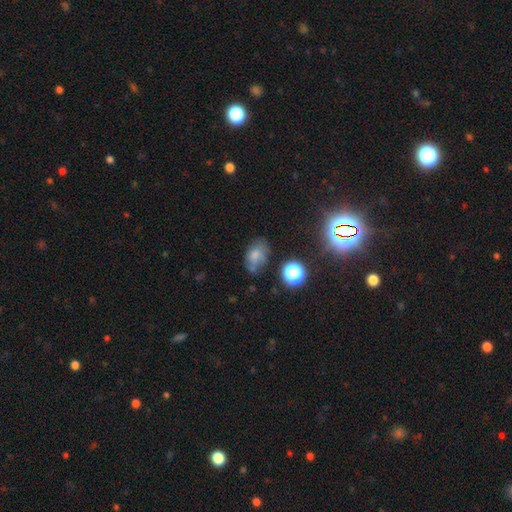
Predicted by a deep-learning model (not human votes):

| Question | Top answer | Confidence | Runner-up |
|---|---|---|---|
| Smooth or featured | smooth | 66% | featured or disk (18%) |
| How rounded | in between | 77% | round (22%) |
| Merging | none | 50% | minor disturbance (29%) |